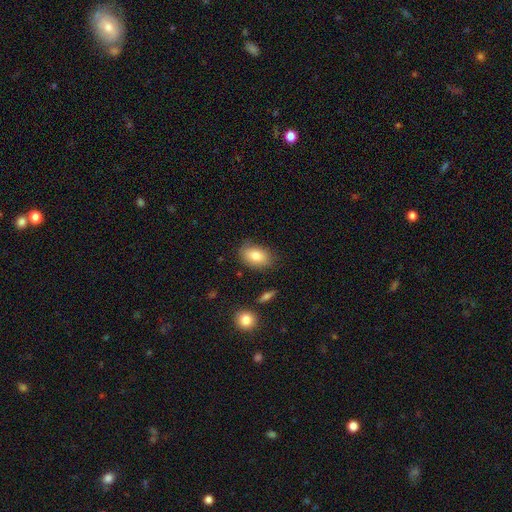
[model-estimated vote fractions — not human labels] smooth 81%, featured or disk 11%, star or artifact 8%. Down the decision tree: how rounded — in between (88%); merging — none (78%).